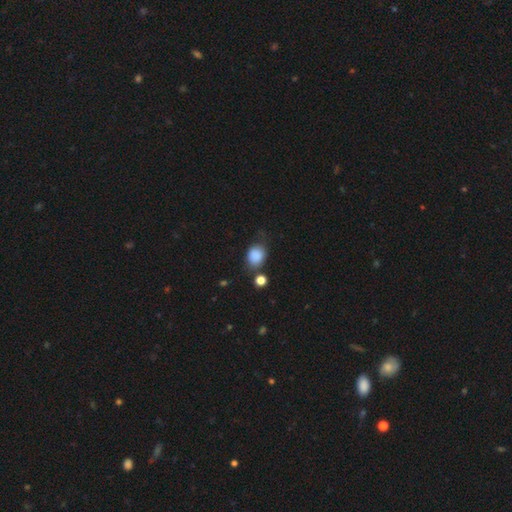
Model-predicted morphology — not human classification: type=smooth (86%); roundness=round (54%); merging=none (64%).